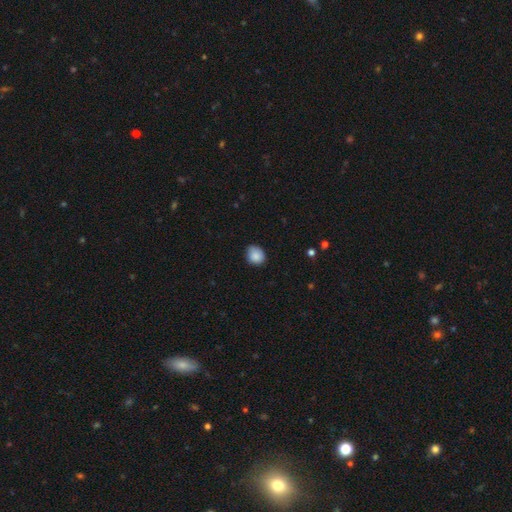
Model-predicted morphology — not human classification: A smooth galaxy with no disk features (88%) that is round (65%).

Vote fractions:
- Smooth or featured? smooth: 88% / star or artifact: 8% / featured or disk: 4%
- How rounded? round: 65% / in between: 34% / cigar-shaped: 1%
- Merging? none: 75% / minor disturbance: 21% / major disturbance: 3% / merger: 1%